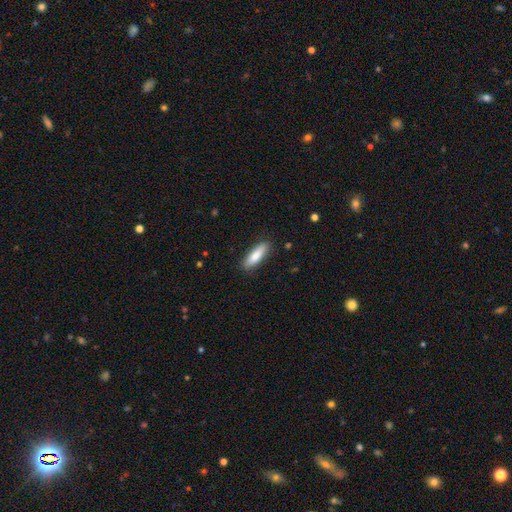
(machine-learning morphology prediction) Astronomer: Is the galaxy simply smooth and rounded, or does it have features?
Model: smooth — 80%.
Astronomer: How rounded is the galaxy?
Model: cigar-shaped — 55% (runner-up: in between, 43%).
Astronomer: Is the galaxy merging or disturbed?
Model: none — 87%.